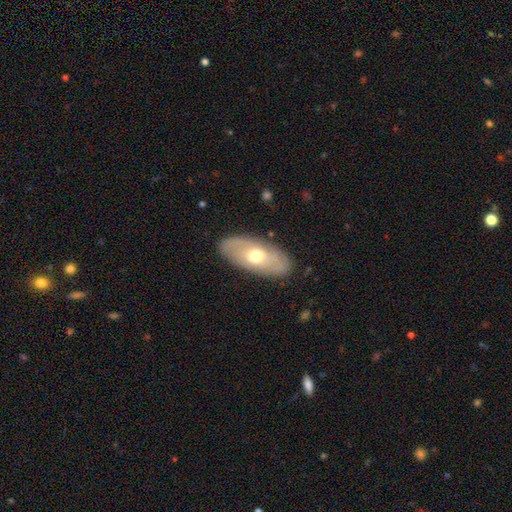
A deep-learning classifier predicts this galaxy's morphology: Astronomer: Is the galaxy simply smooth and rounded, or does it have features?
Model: featured or disk — 53% (runner-up: smooth, 40%).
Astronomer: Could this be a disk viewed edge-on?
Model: no — 81%.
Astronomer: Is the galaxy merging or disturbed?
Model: none — 85%.